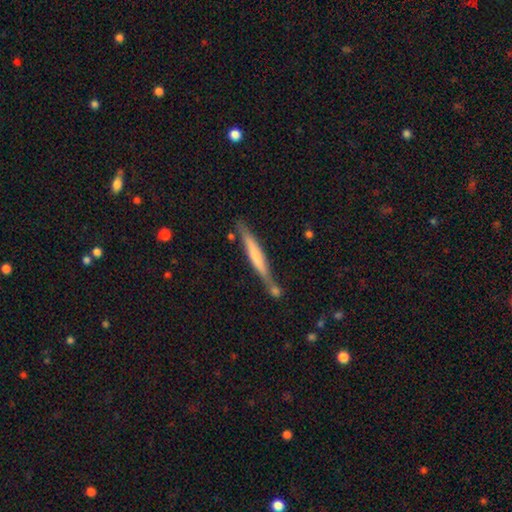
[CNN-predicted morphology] This appears to be a featured or disk galaxy (48%). Merging: none (66%).